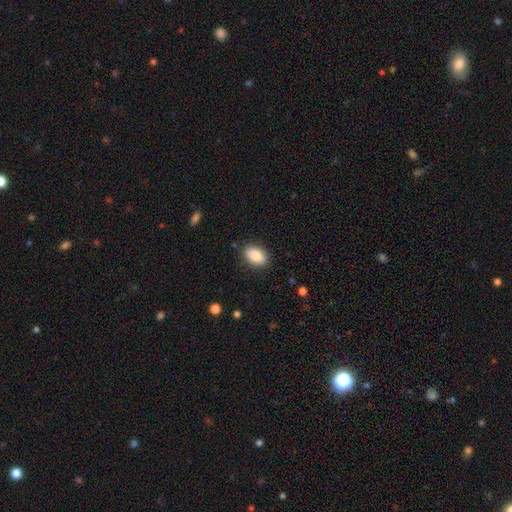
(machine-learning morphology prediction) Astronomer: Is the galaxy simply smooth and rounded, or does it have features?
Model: smooth — 85%.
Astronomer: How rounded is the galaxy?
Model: in between — 87%.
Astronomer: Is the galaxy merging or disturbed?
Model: none — 87%.